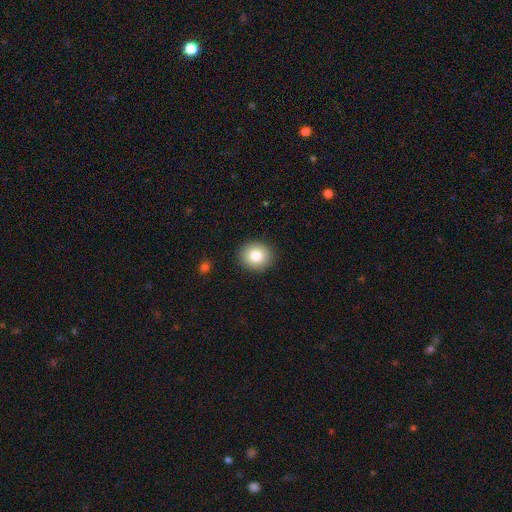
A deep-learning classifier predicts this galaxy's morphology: A smooth galaxy with no disk features (82%) that is round (84%). Merging: none (91%).